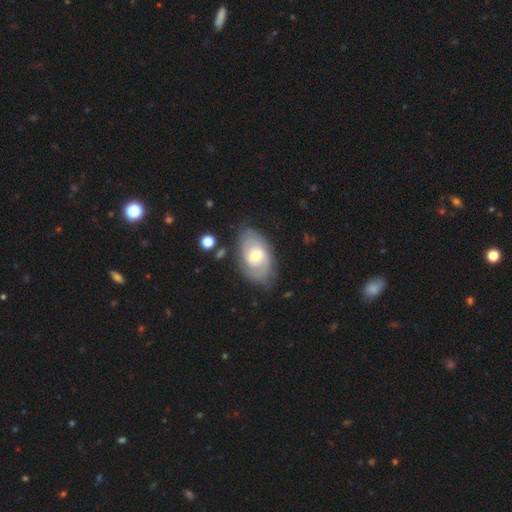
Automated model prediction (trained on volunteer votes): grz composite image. It shows a featured or disk galaxy (68%) with no bar (48%), 2 (45%) tight (57%) spiral arms (84%) and a moderate central bulge (58%). Merging: none (72%).